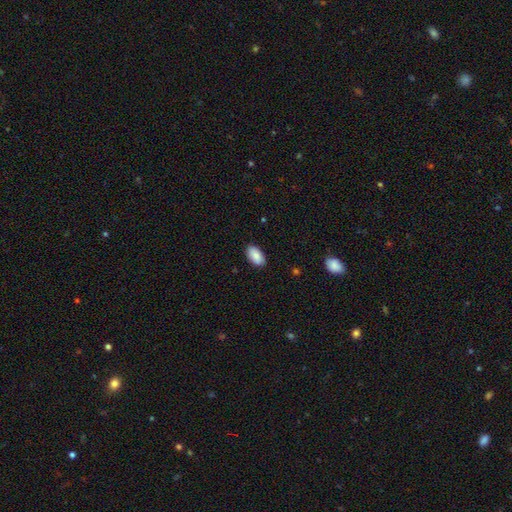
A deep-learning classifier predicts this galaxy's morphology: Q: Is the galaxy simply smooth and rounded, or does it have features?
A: smooth — 86%.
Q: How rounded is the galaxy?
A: in between — 95%.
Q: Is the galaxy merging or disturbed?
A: none — 88%.